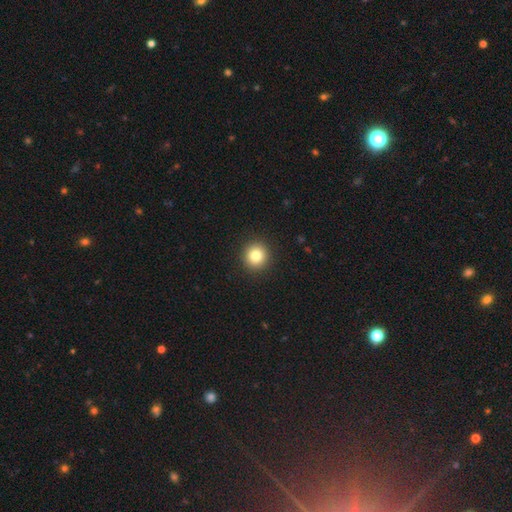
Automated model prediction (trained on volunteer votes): A smooth galaxy with no disk features (81%) that is round (94%). Merging: none (93%).